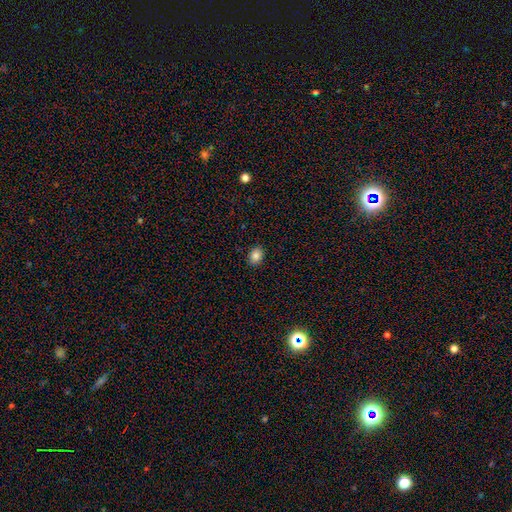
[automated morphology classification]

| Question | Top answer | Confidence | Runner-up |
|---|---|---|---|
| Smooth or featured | smooth | 85% | star or artifact (10%) |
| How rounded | in between | 61% | round (38%) |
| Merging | none | 89% | minor disturbance (8%) |